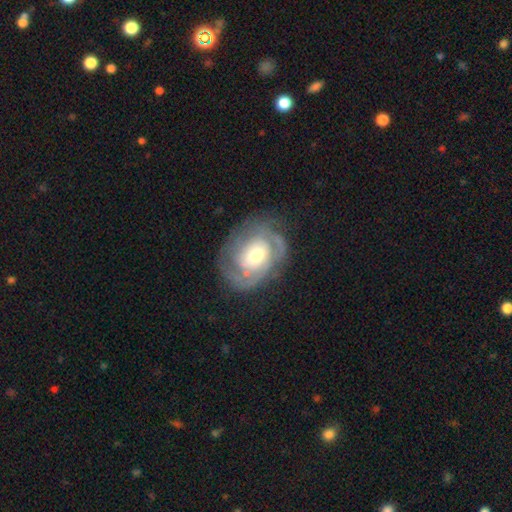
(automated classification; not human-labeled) Smooth or featured? Predicted: featured or disk (p=0.83). Edge-on disk? Predicted: no (p=0.97). Bar? Predicted: no (p=0.64). Spiral arms? Predicted: yes (p=0.92). Spiral winding? Predicted: tight (p=0.63). Spiral arm count? Predicted: 2 (p=0.40). Bulge size? Predicted: moderate (p=0.67). Merging? Predicted: none (p=0.71).